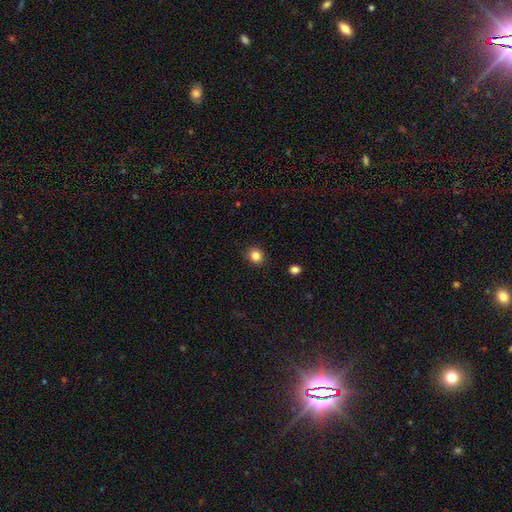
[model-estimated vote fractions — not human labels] A smooth galaxy with no disk features (84%) that is round (84%).

Vote fractions:
- Smooth or featured? smooth: 84% / star or artifact: 11% / featured or disk: 5%
- How rounded? round: 84% / in between: 15% / cigar-shaped: 1%
- Merging? none: 91% / minor disturbance: 6% / major disturbance: 2% / merger: 1%